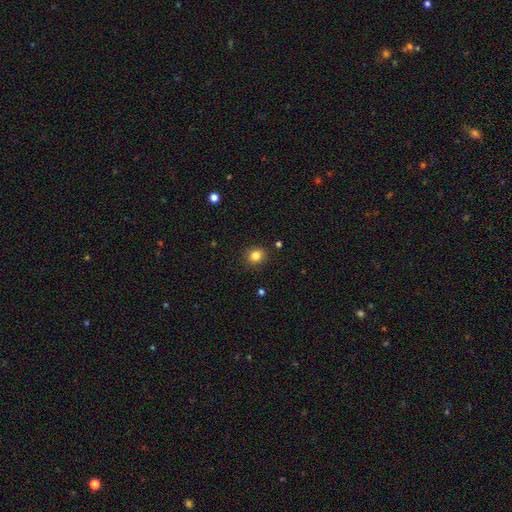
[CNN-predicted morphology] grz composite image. It shows a smooth galaxy with no disk features (83%) that is round (79%). Merging: none (89%).